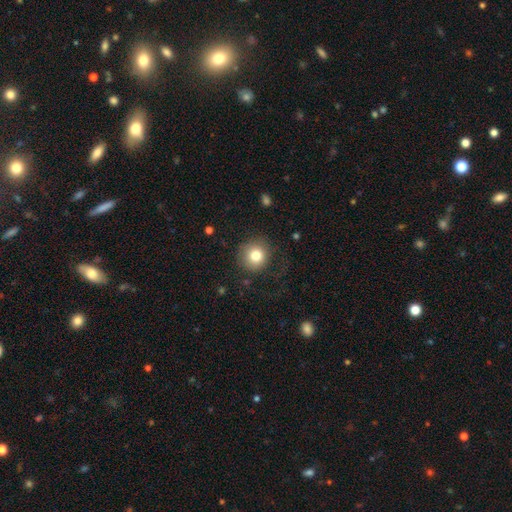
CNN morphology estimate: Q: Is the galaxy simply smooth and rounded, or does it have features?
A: smooth — 80%.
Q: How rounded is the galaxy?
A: round — 92%.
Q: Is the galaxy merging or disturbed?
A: none — 79%.